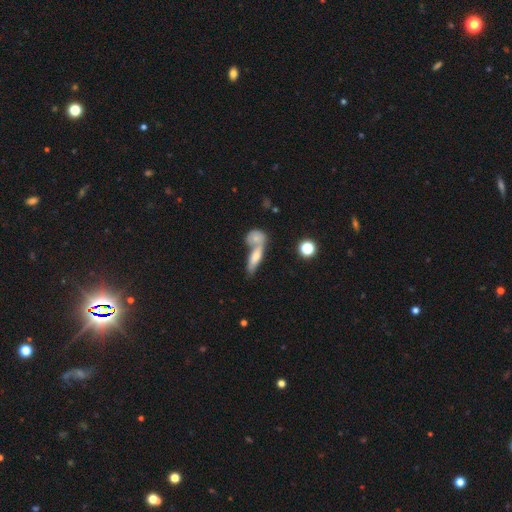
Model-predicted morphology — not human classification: smooth-or-featured: smooth: 53% | featured or disk: 36% | star or artifact: 11%
  how-rounded: cigar-shaped: 52% | in between: 41% | round: 8%
  merging: merger: 50% | none: 36% | minor disturbance: 9% | major disturbance: 5%